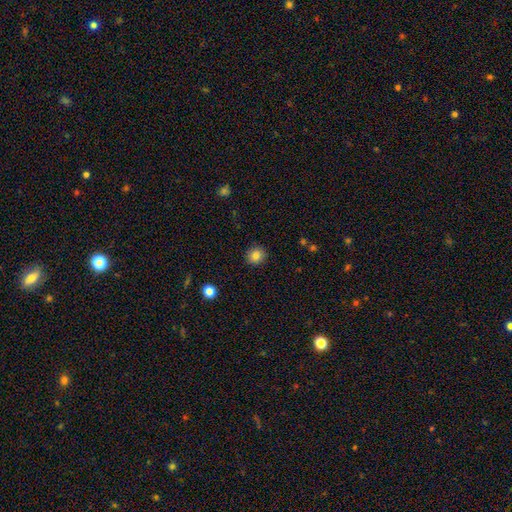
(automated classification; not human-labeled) Smooth or featured?
  - smooth: 82% *
  - star or artifact: 11%
  - featured or disk: 7%
How rounded?
  - round: 89% *
  - in between: 10%
  - cigar-shaped: 1%
Merging?
  - none: 91% *
  - minor disturbance: 6%
  - major disturbance: 2%
  - merger: 1%